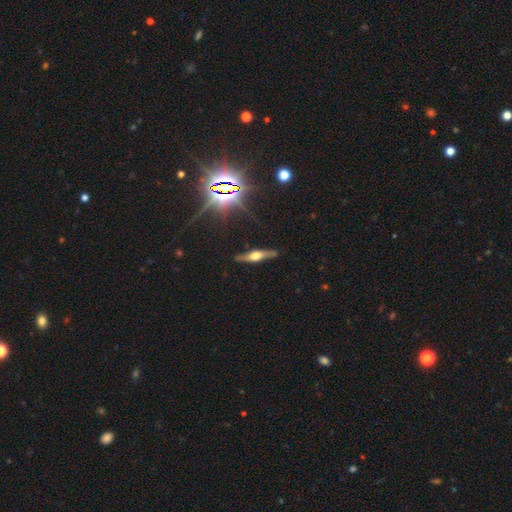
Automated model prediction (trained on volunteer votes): smooth-or-featured: featured or disk: 61% | smooth: 28% | star or artifact: 11%
  disk-edge-on: yes: 91% | no: 9%
    edge-on-bulge: rounded: 90% | boxy: 7% | none: 3%
  merging: none: 85% | minor disturbance: 11% | major disturbance: 2% | merger: 1%